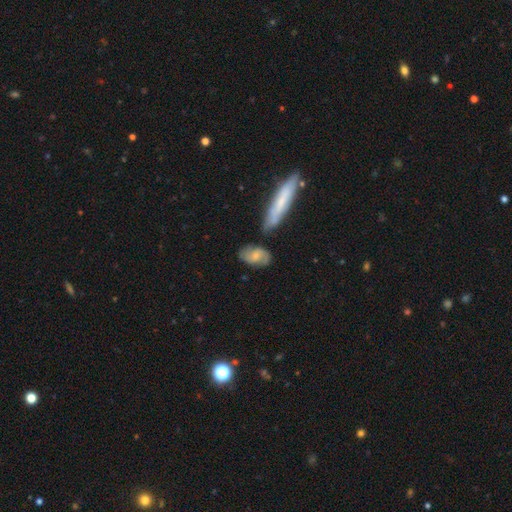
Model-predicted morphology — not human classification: Smooth or featured? Predicted: featured or disk (p=0.53). Edge-on disk? Predicted: no (p=0.92). Merging? Predicted: none (p=0.66).